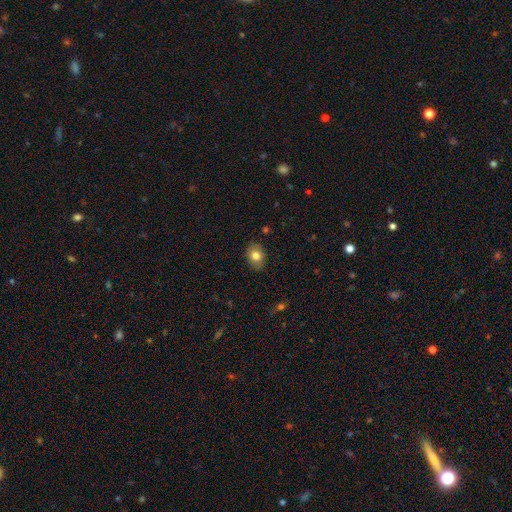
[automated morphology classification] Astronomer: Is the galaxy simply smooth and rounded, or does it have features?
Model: smooth — 80%.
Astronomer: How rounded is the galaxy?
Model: in between — 67%.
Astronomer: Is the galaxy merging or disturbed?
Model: none — 85%.